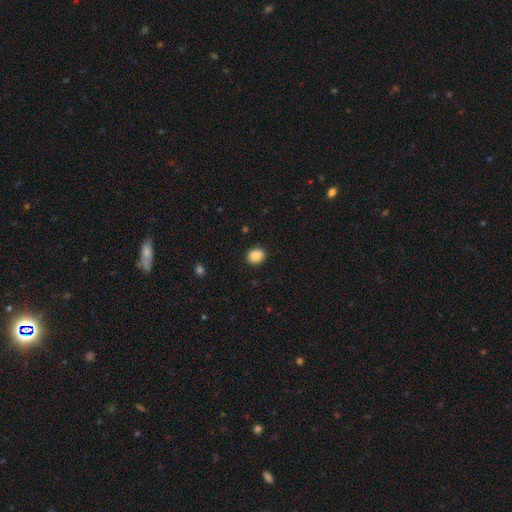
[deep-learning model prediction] smooth_or_featured: smooth (p=0.87) [alt: star or artifact p=0.09]
how_rounded: round (p=0.67) [alt: in between p=0.32]
merging: none (p=0.90) [alt: minor disturbance p=0.07]